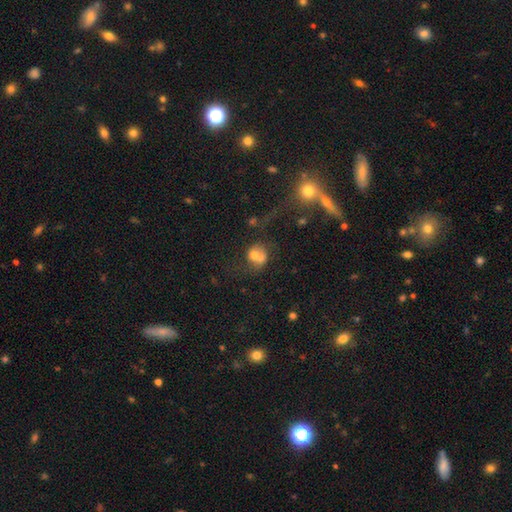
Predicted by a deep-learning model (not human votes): A smooth galaxy with no disk features (61%) that is round (69%). Merging: merger (60%).